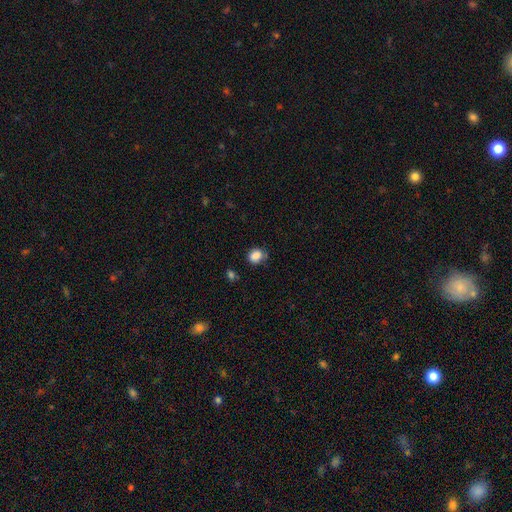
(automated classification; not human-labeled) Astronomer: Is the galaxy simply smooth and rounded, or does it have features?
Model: smooth — 86%.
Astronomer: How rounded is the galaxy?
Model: round — 62%.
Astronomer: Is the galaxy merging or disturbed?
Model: none — 65%.